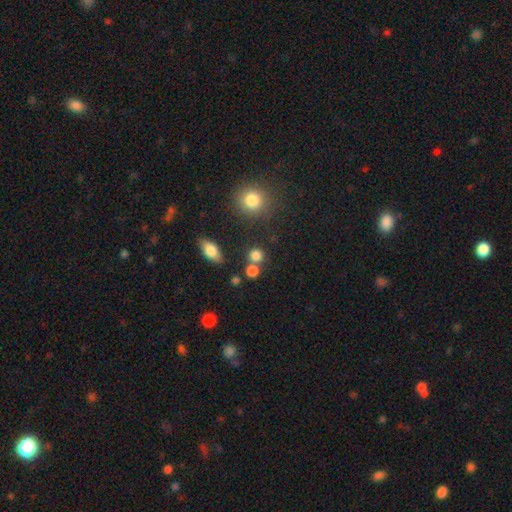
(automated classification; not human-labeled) Overall: smooth (80%). How rounded: round (87%). Merging: none (67%).